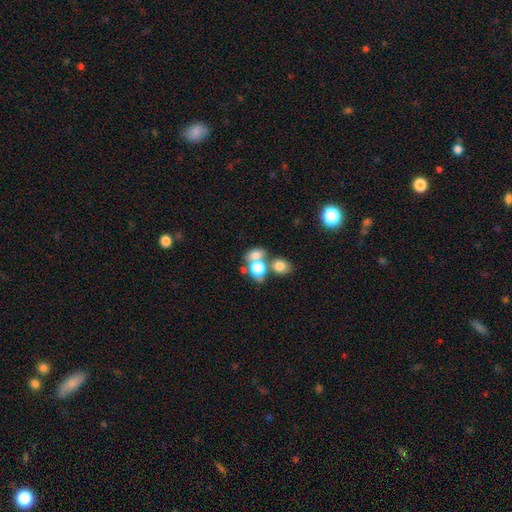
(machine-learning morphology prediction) type=smooth (71%); roundness=in between (55%); merging=merger (51%).